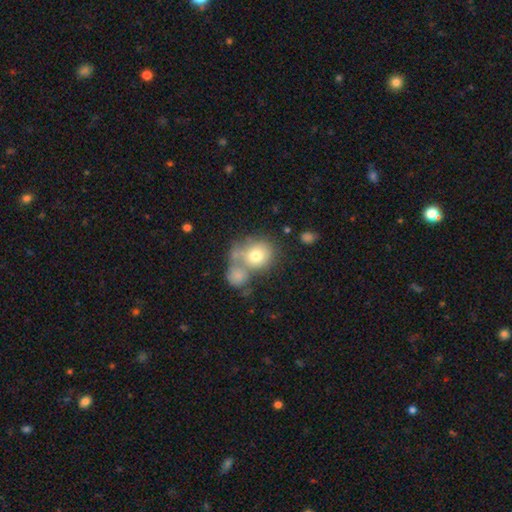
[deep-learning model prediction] Smooth or featured? smooth (73%)
How rounded? round (77%)
Merging? merger (45%)